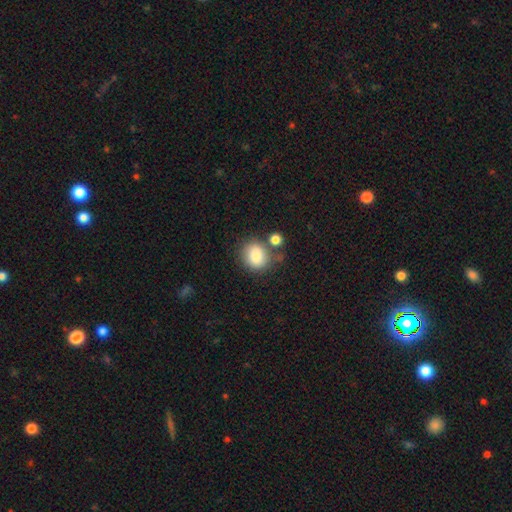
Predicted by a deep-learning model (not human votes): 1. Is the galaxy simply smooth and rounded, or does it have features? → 83% smooth, 8% star or artifact, 8% featured or disk.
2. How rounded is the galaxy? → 69% round, 30% in between, 1% cigar-shaped.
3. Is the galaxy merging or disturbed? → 62% none, 17% merger, 16% minor disturbance, 6% major disturbance.